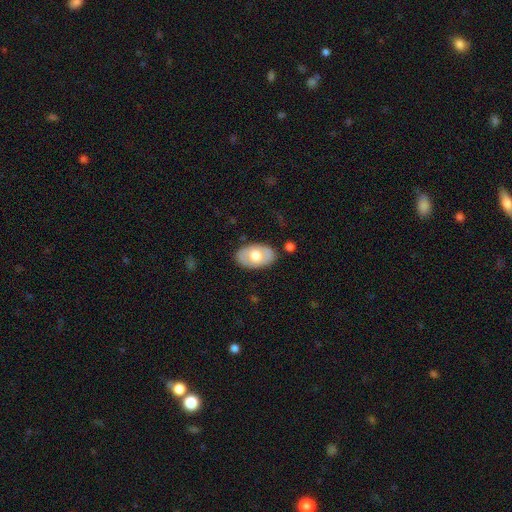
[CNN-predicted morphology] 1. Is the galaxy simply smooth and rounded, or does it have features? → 60% smooth, 34% featured or disk, 5% star or artifact.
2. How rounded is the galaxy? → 93% in between, 6% round, 1% cigar-shaped.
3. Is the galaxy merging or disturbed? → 83% none, 12% minor disturbance, 3% major disturbance, 2% merger.